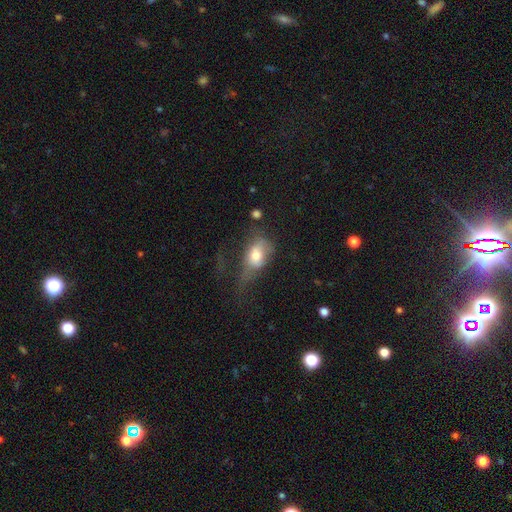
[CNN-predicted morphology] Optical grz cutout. It shows a smooth galaxy with no disk features (66%) that is in between round and cigar-shaped (77%). Merging: major disturbance (51%).